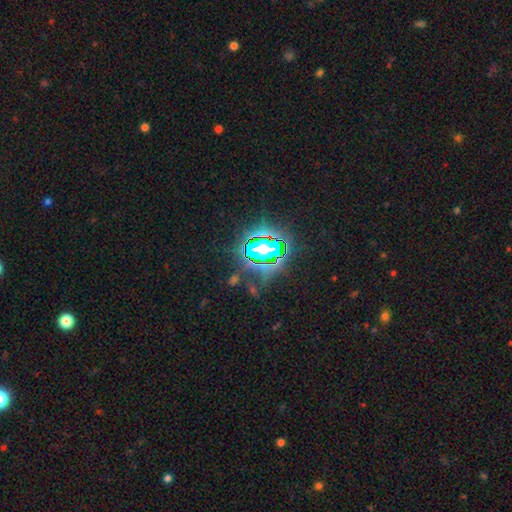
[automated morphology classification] A star or artifact, not a galaxy (84%).